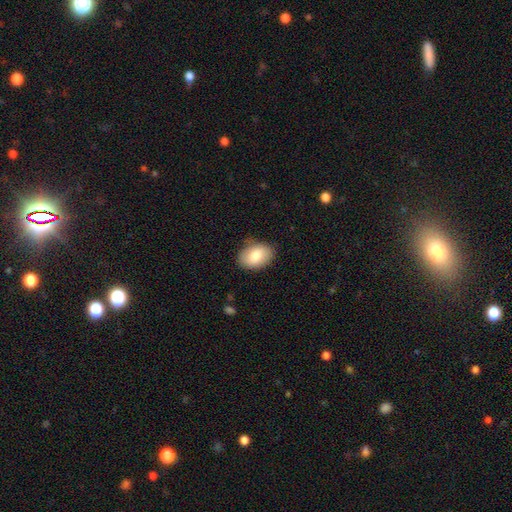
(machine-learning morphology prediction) smooth-or-featured: smooth: 82% | featured or disk: 11% | star or artifact: 6%
  how-rounded: in between: 86% | round: 13% | cigar-shaped: 1%
  merging: none: 82% | minor disturbance: 14% | major disturbance: 3% | merger: 1%